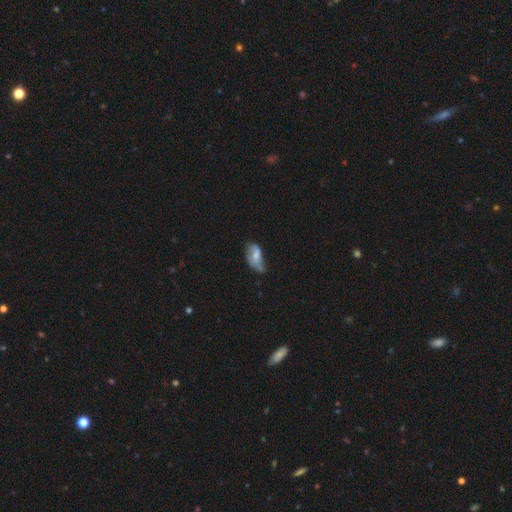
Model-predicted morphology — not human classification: type=smooth (58%); roundness=in between (90%); merging=minor disturbance (38%).